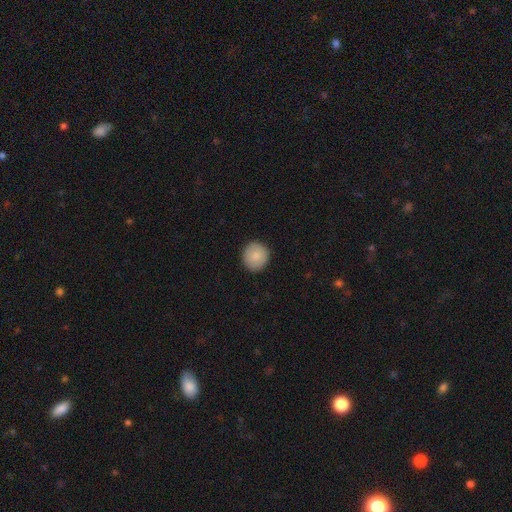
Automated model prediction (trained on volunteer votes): The model was most divided on "smooth or featured": smooth: 86%, star or artifact: 7%, featured or disk: 7%. More confident: how rounded — round (93%); merging — none (92%).